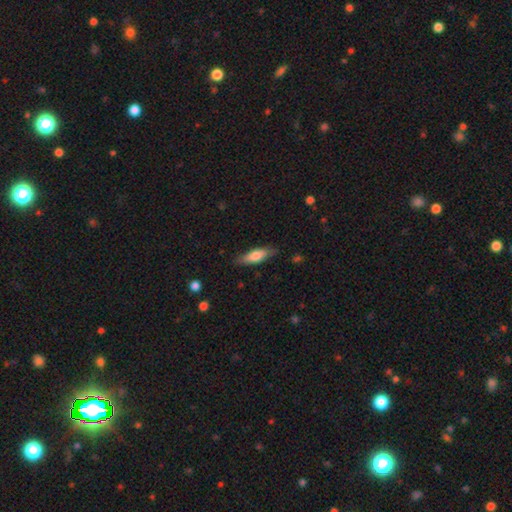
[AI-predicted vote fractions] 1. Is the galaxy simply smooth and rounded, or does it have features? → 70% smooth, 24% featured or disk, 6% star or artifact.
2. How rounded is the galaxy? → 49% cigar-shaped (tied), 49% in between (tied), 2% round.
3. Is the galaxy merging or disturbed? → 81% none, 14% minor disturbance, 3% major disturbance, 1% merger.